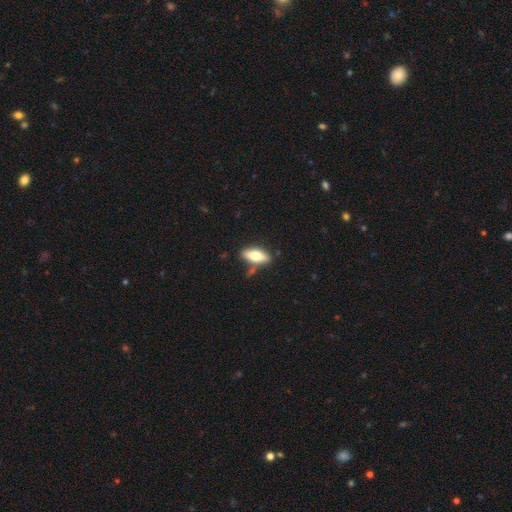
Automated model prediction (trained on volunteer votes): Morphology: type=smooth (69%); roundness=in between (75%); merging=none (74%).